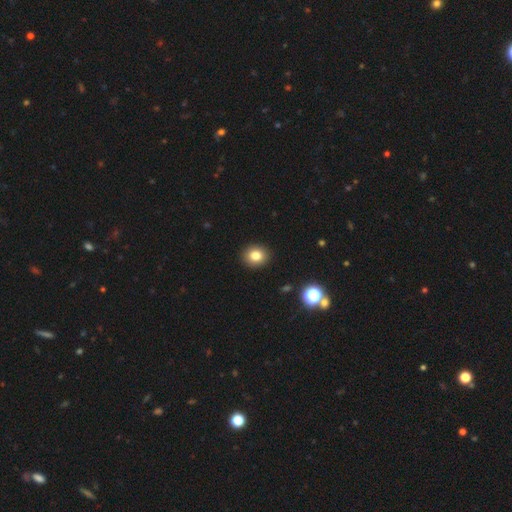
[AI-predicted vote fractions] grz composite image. It shows a smooth galaxy with no disk features (81%) that is round (73%). Merging: none (92%).